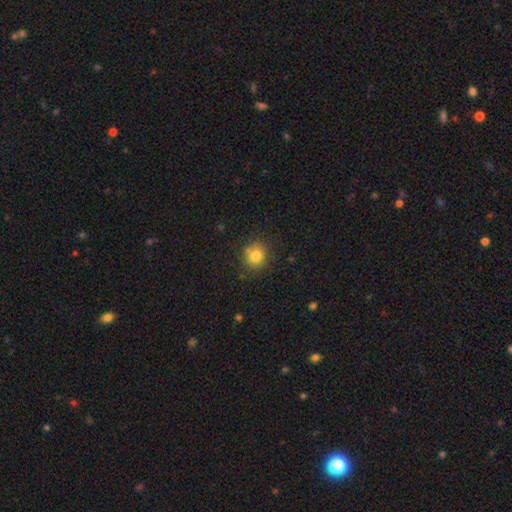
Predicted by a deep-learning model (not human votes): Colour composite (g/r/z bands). It shows a smooth galaxy with no disk features (82%) that is round (80%). Merging: none (76%).